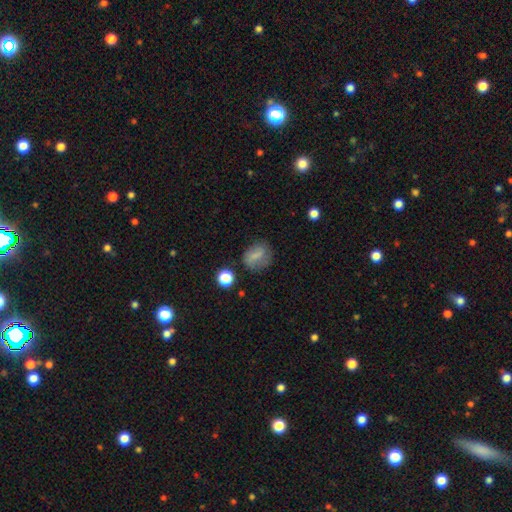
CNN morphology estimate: smooth 74%, featured or disk 14%, star or artifact 12%. Down the decision tree: how rounded — round (50%); merging — none (65%).